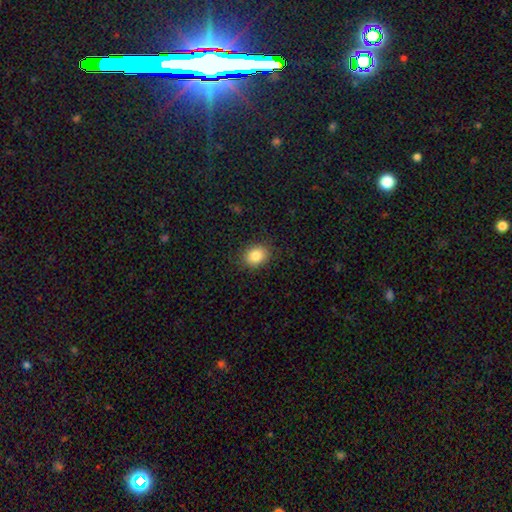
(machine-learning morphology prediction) Smooth or featured: smooth — 85% (star or artifact — 9%)
How rounded: round — 50% (in between — 49%)
Merging: none — 87% (minor disturbance — 9%)